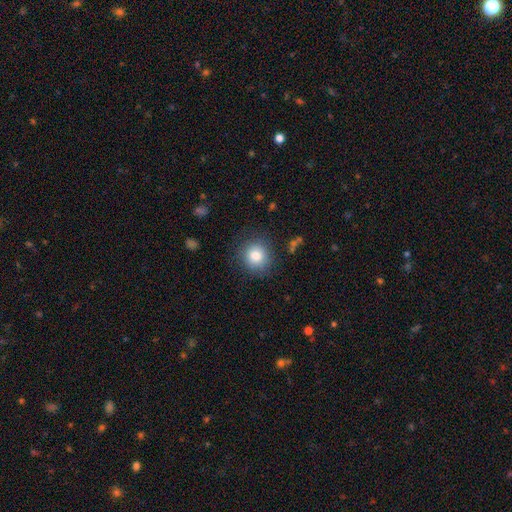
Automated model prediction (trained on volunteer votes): smooth 81%, star or artifact 10%, featured or disk 9%. Down the decision tree: how rounded — round (89%); merging — none (85%).